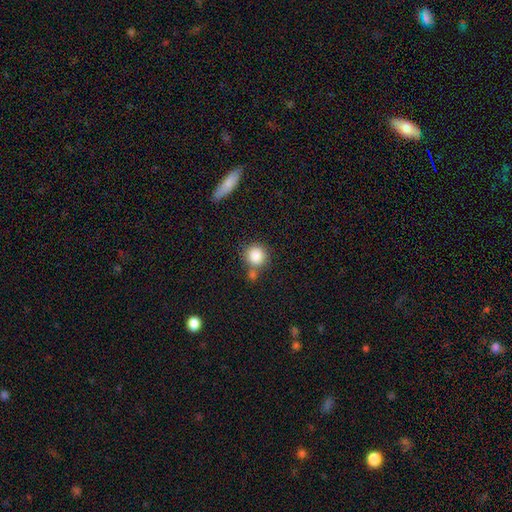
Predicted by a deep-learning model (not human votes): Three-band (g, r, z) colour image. It shows a smooth galaxy with no disk features (86%) that is round (88%). Merging: none (64%).